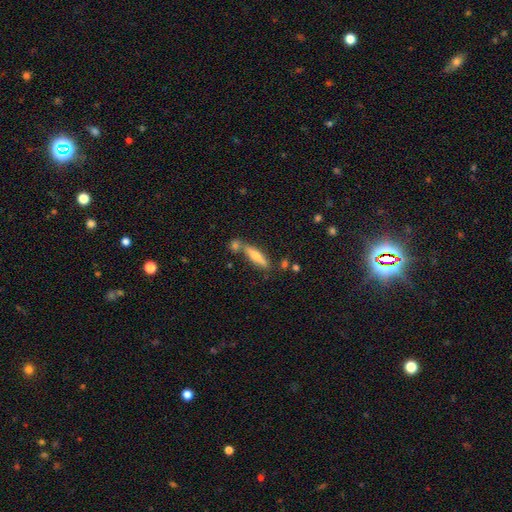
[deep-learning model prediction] Smooth or featured? smooth (57%)
How rounded? cigar-shaped (78%)
Merging? none (65%)